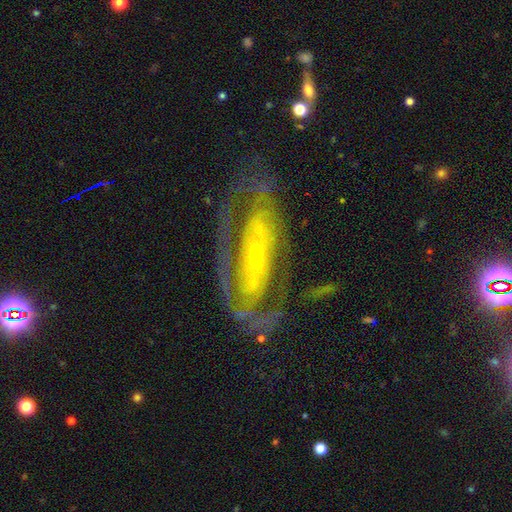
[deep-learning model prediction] Smooth or featured?
  - featured or disk: 82% *
  - smooth: 11%
  - star or artifact: 6%
Edge-on disk?
  - no: 90% *
  - yes: 10%
Bar?
  - no: 49% *
  - strong: 26%
  - weak: 25%
Spiral arms?
  - yes: 74% *
  - no: 26%
Spiral winding?
  - tight: 52% *
  - medium: 34%
  - loose: 14%
Spiral arm count?
  - 2: 49% *
  - can't tell: 30%
  - 1: 7%
  - 3: 7%
  - 4: 3%
  - more than 4: 3%
Bulge size?
  - small: 81% *
  - moderate: 15%
  - large: 2%
  - none: 2%
  - dominant: 1%
Merging?
  - none: 63% *
  - minor disturbance: 18%
  - major disturbance: 17%
  - merger: 2%